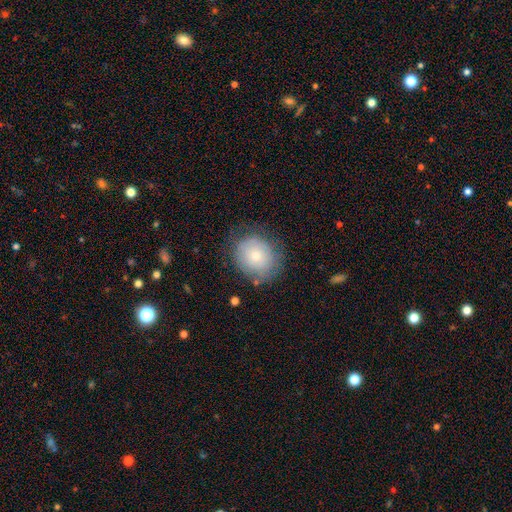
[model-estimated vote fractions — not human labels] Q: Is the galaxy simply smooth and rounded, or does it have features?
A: smooth — 71%.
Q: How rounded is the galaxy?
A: round — 71%.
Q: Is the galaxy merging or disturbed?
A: none — 70%.